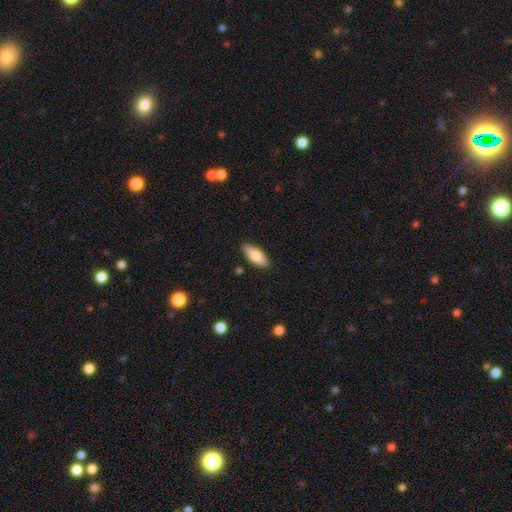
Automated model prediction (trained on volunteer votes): Overall: smooth (79%). How rounded: in between (77%). Merging: none (87%).